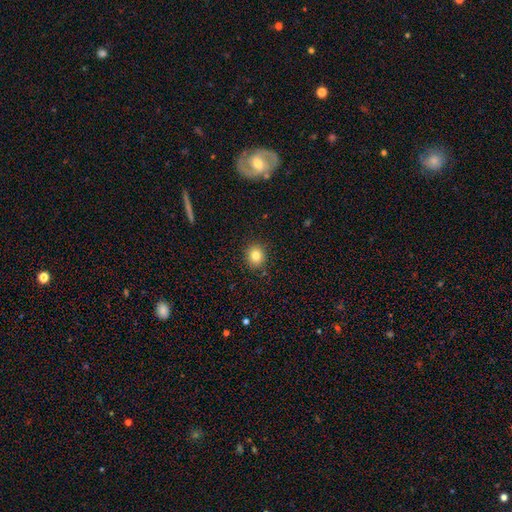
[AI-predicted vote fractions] Smooth or featured? Predicted: smooth (p=0.82). How rounded? Predicted: round (p=0.80). Merging? Predicted: none (p=0.89).